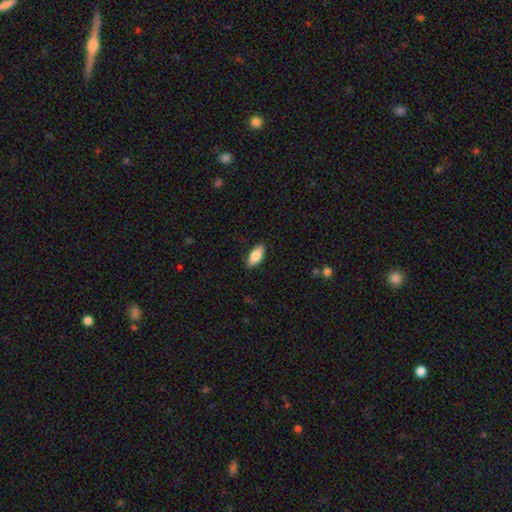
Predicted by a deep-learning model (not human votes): smooth 78%, featured or disk 16%, star or artifact 6%. Down the decision tree: how rounded — in between (80%); merging — none (87%).